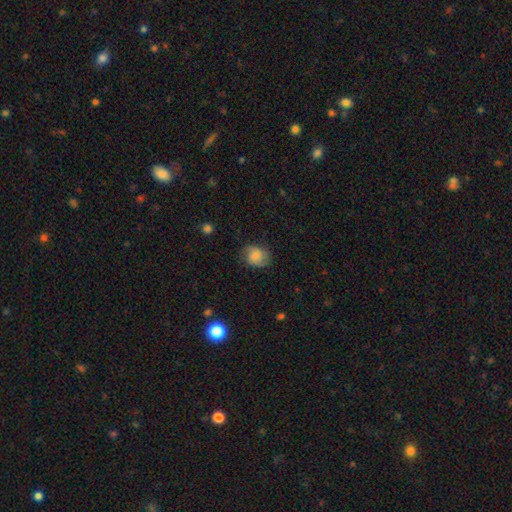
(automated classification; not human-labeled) A smooth galaxy with no disk features (64%) that is round (55%).

Vote fractions:
- Smooth or featured? smooth: 64% / featured or disk: 26% / star or artifact: 9%
- How rounded? round: 55% / in between: 44% / cigar-shaped: 1%
- Merging? none: 72% / minor disturbance: 20% / major disturbance: 7% / merger: 1%